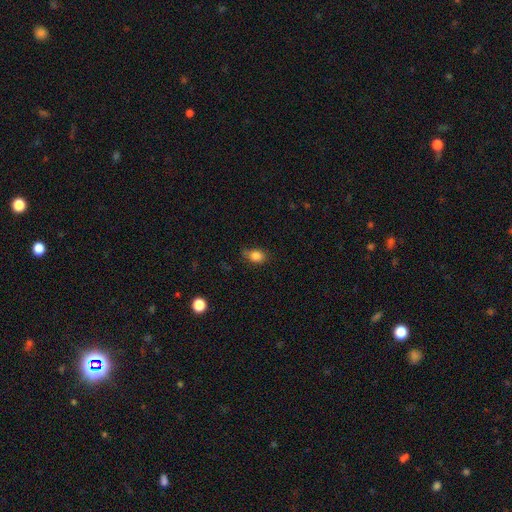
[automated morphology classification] Q: Smooth or featured?
A: smooth (84%); runner-up: star or artifact (10%)
Q: How rounded?
A: in between (66%); runner-up: round (32%)
Q: Merging?
A: none (65%); runner-up: minor disturbance (26%)